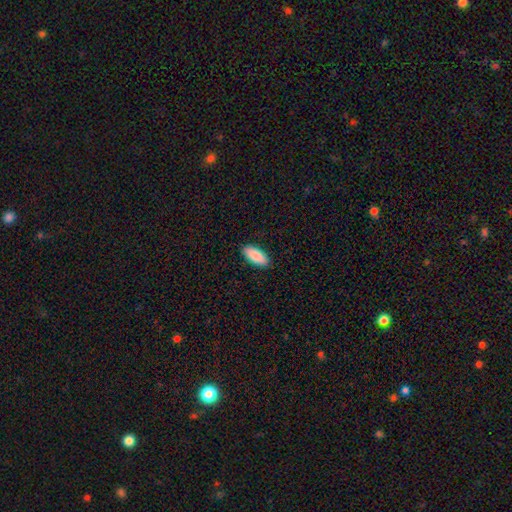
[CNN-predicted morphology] smooth-or-featured: smooth: 89% | star or artifact: 6% | featured or disk: 6%
  how-rounded: in between: 87% | cigar-shaped: 12% | round: 2%
  merging: none: 89% | minor disturbance: 8% | major disturbance: 2% | merger: 1%